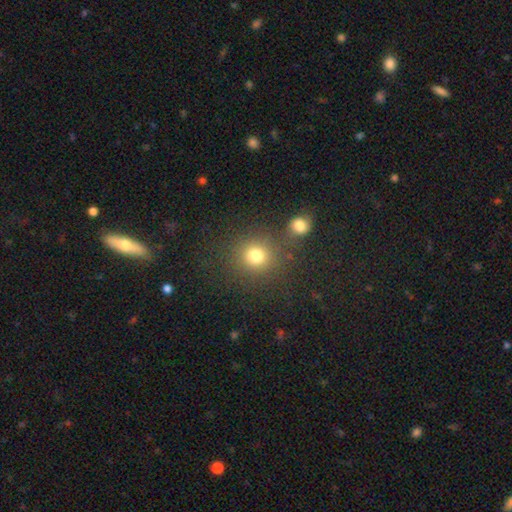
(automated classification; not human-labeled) smooth-or-featured: smooth: 79% | star or artifact: 15% | featured or disk: 6%
  how-rounded: round: 88% | in between: 11% | cigar-shaped: 1%
  merging: none: 76% | merger: 12% | minor disturbance: 8% | major disturbance: 4%